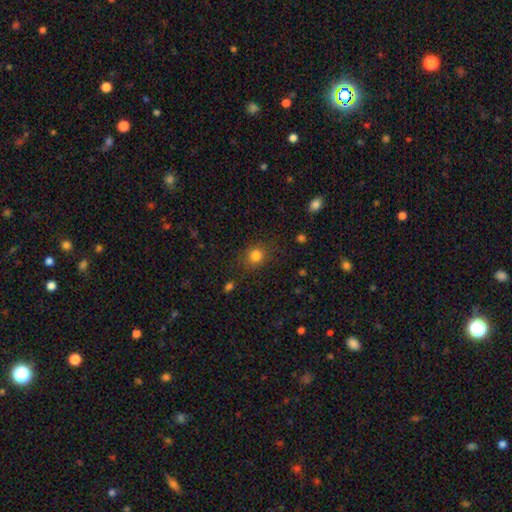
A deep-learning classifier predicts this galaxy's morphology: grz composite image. It shows a smooth galaxy with no disk features (81%) that is round (80%). Merging: none (84%).